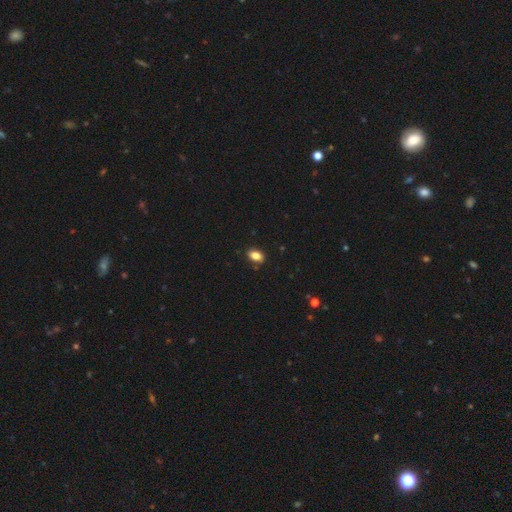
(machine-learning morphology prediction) smooth-or-featured: smooth: 84% | star or artifact: 9% | featured or disk: 7%
  how-rounded: in between: 87% | round: 10% | cigar-shaped: 3%
  merging: none: 85% | minor disturbance: 11% | major disturbance: 2% | merger: 2%